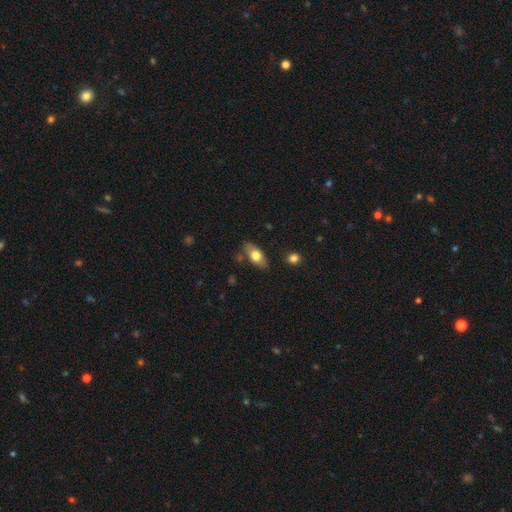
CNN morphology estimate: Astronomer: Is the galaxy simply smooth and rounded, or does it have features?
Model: smooth — 69%.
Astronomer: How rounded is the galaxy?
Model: in between — 84%.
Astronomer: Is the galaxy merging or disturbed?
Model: none — 80%.